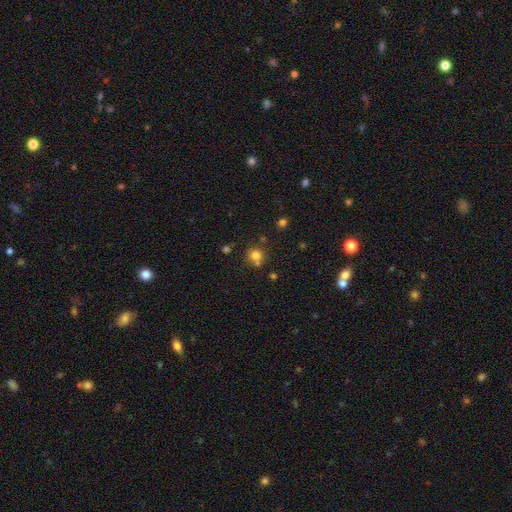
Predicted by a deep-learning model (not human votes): smooth_or_featured: smooth (p=0.77) [alt: star or artifact p=0.15]
how_rounded: round (p=0.87) [alt: in between p=0.12]
merging: none (p=0.63) [alt: merger p=0.22]